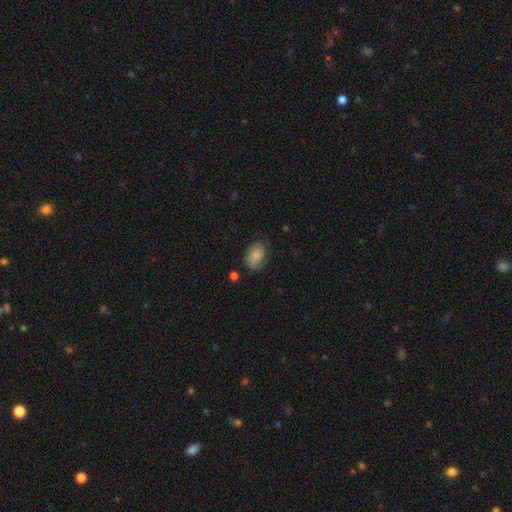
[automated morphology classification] Smooth or featured?
  - smooth: 78% *
  - featured or disk: 13%
  - star or artifact: 8%
How rounded?
  - in between: 79% *
  - round: 20%
  - cigar-shaped: 1%
Merging?
  - none: 66% *
  - minor disturbance: 25%
  - major disturbance: 7%
  - merger: 2%